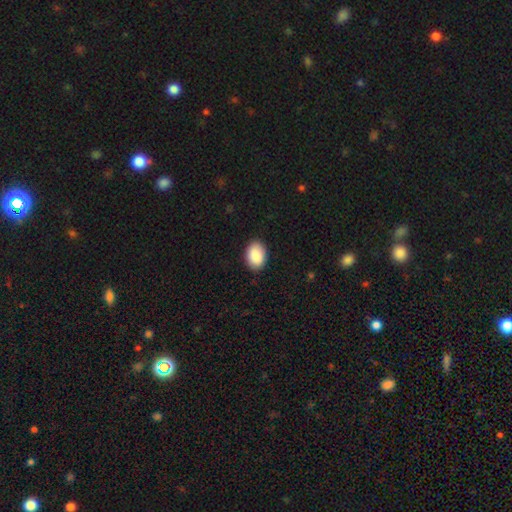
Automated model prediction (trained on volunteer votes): Smooth or featured: smooth — 90% (star or artifact — 6%)
How rounded: in between — 86% (round — 13%)
Merging: none — 88% (minor disturbance — 9%)